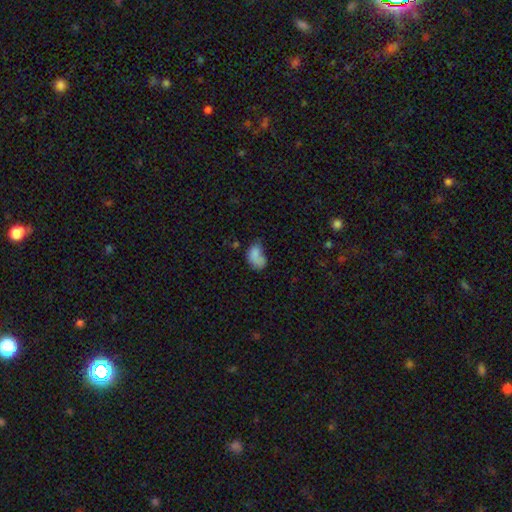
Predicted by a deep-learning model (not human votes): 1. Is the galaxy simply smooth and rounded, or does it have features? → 74% smooth, 16% featured or disk, 10% star or artifact.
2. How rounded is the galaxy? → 82% in between, 16% round, 2% cigar-shaped.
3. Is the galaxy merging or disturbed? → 28% none, 26% minor disturbance, 24% major disturbance, 22% merger.